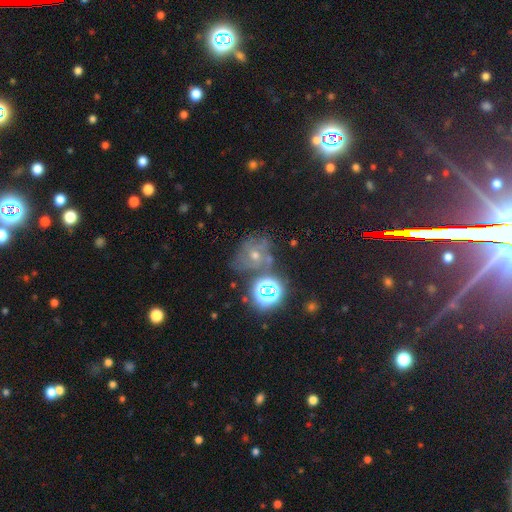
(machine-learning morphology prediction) The model was most divided on "smooth or featured": featured or disk: 37%, smooth: 32%, star or artifact: 31%. Remaining: merging — none (48%).